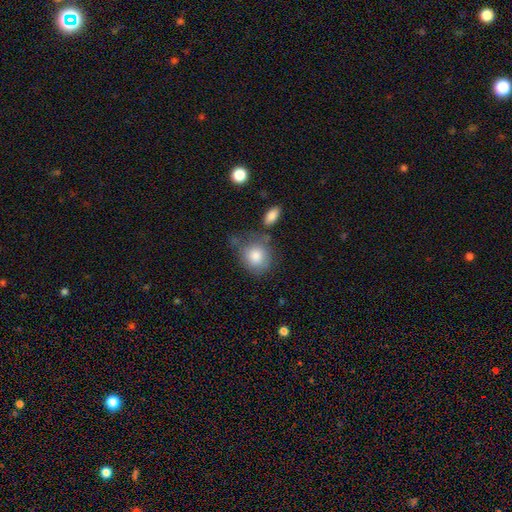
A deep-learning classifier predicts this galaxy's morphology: Smooth or featured: smooth — 83% (featured or disk — 10%)
How rounded: round — 74% (in between — 25%)
Merging: none — 54% (minor disturbance — 25%)